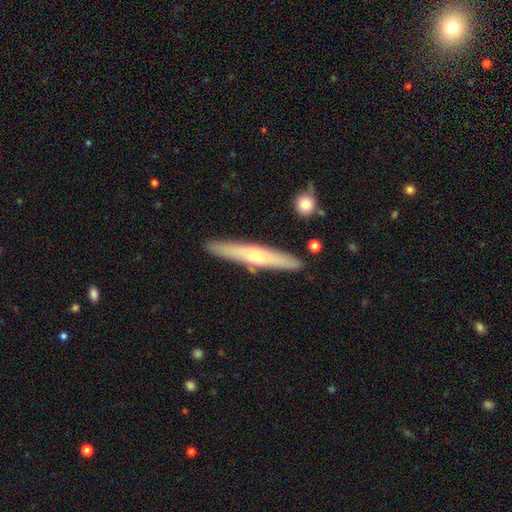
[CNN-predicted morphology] A featured or disk galaxy (54%) viewed edge-on (92%). Merging: none (87%).